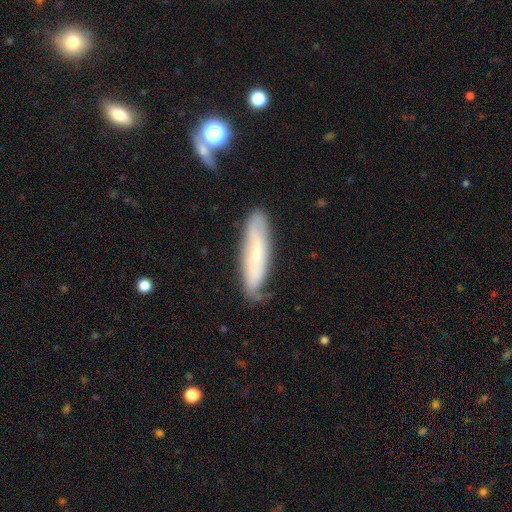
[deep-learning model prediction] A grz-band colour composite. It shows a smooth galaxy with no disk features (46%, tied with featured or disk). Merging: none (71%).